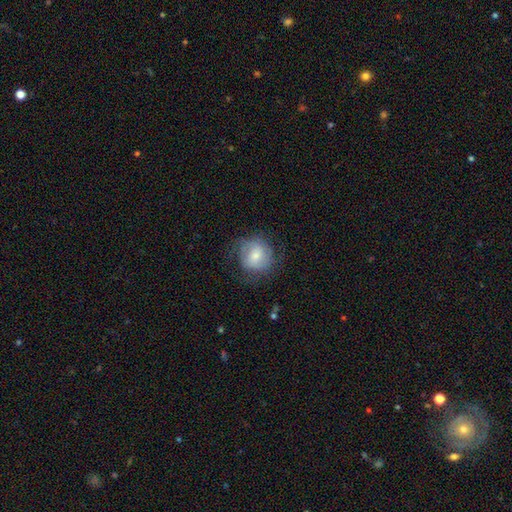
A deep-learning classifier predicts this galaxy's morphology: Smooth or featured?
  - smooth: 51% *
  - featured or disk: 42%
  - star or artifact: 8%
How rounded?
  - round: 84% *
  - in between: 15%
  - cigar-shaped: 1%
Merging?
  - none: 63% *
  - minor disturbance: 21%
  - major disturbance: 15%
  - merger: 1%